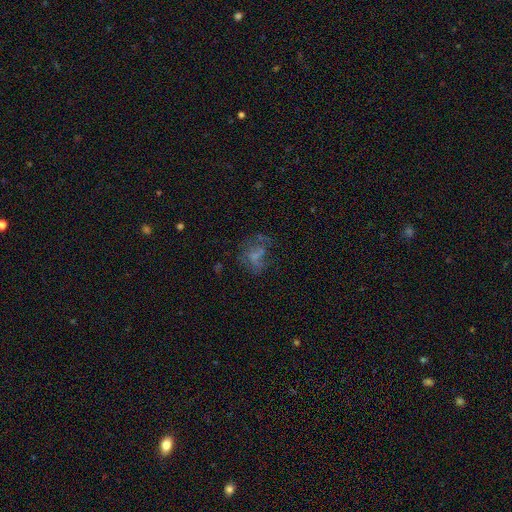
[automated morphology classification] Smooth or featured?
  - featured or disk: 41% *
  - smooth: 38%
  - star or artifact: 21%
Merging?
  - none: 39% *
  - major disturbance: 37%
  - minor disturbance: 19%
  - merger: 6%